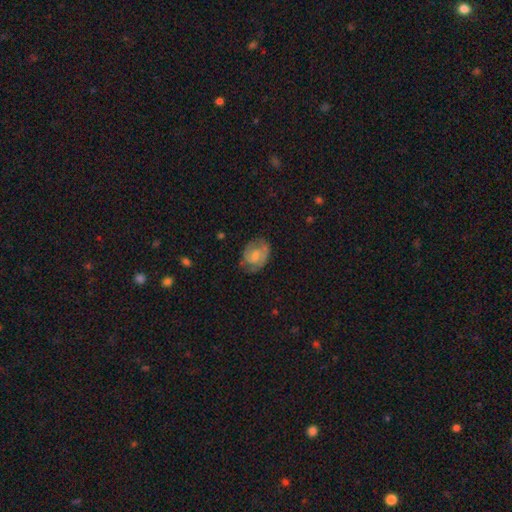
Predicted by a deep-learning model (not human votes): A featured or disk galaxy (54%) with no bar (58%), spiral arms (77%) and a small central bulge (46%). Merging: none (61%).